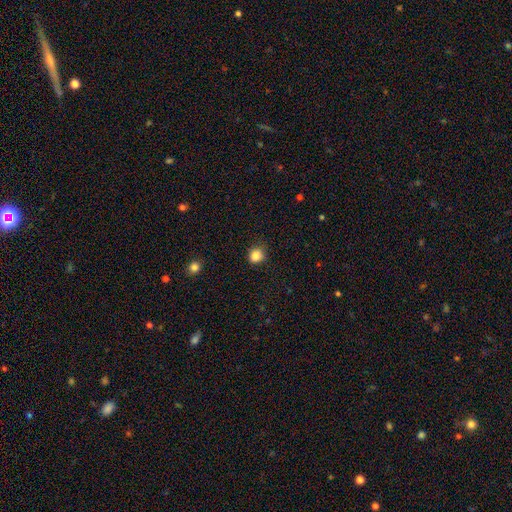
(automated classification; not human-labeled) Smooth or featured? Predicted: smooth (p=0.85). How rounded? Predicted: round (p=0.76). Merging? Predicted: none (p=0.81).